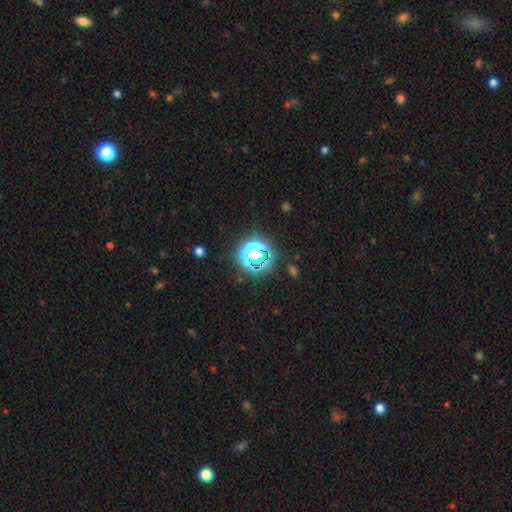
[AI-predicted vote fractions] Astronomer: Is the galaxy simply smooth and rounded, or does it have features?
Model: star or artifact — 63%.